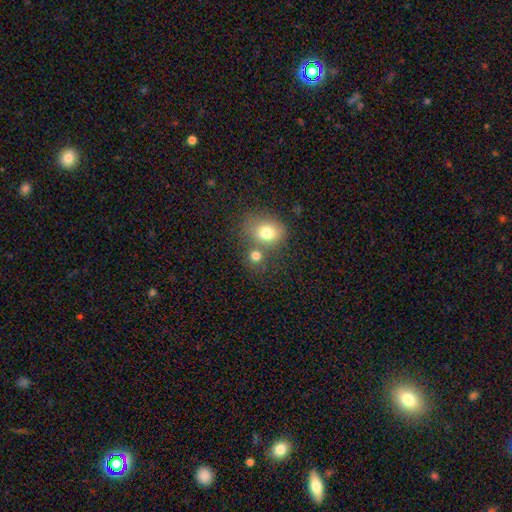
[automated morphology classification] Smooth or featured? Predicted: smooth (p=0.76). How rounded? Predicted: round (p=0.73). Merging? Predicted: none (p=0.50).